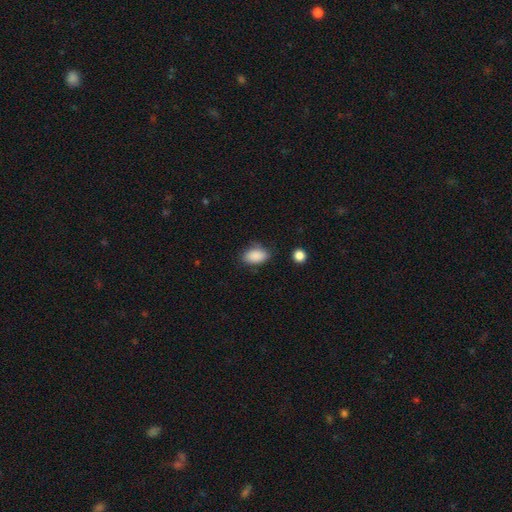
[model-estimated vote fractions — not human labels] The model was most divided on "merging": none: 75%, minor disturbance: 18%, major disturbance: 5%, merger: 2%. More confident: how rounded — in between (90%); smooth or featured — smooth (88%).